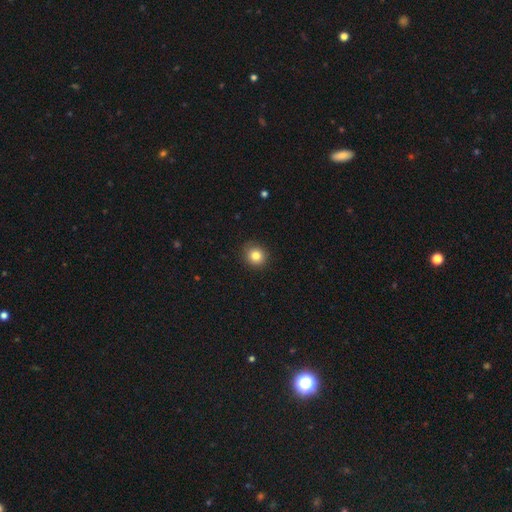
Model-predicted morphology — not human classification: smooth 84%, star or artifact 11%, featured or disk 6%. Down the decision tree: how rounded — round (88%); merging — none (90%).